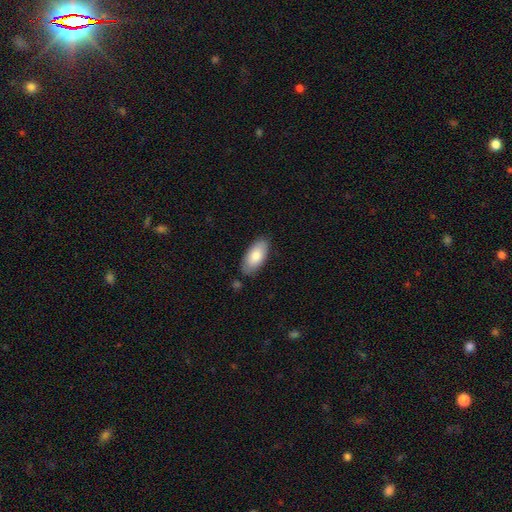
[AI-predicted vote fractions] The model was most divided on "smooth or featured": smooth: 80%, featured or disk: 14%, star or artifact: 6%. More confident: how rounded — in between (93%); merging — none (81%).